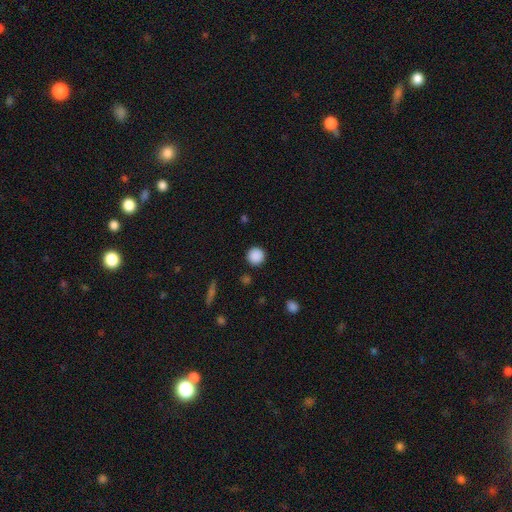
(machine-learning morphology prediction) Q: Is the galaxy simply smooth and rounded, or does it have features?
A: smooth — 88%.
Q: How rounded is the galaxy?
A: round — 95%.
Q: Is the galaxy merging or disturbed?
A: none — 90%.